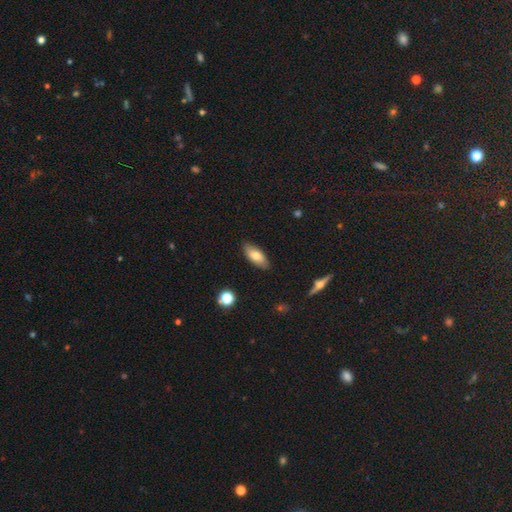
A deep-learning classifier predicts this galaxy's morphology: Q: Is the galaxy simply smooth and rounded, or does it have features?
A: smooth — 76%.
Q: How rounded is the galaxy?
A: in between — 84%.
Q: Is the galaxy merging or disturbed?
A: none — 85%.